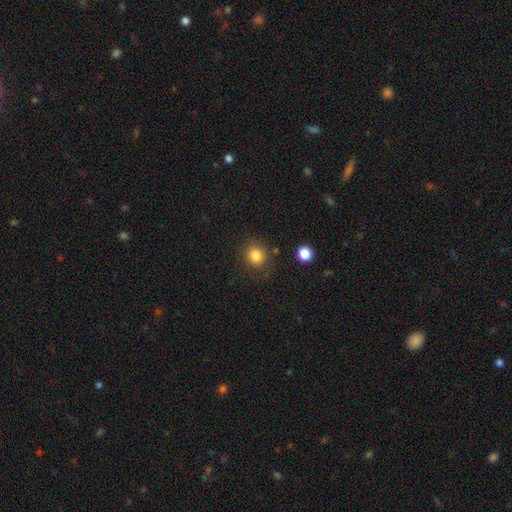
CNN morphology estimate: Q: Smooth or featured?
A: smooth (84%); runner-up: star or artifact (11%)
Q: How rounded?
A: round (88%); runner-up: in between (12%)
Q: Merging?
A: none (81%); runner-up: minor disturbance (11%)